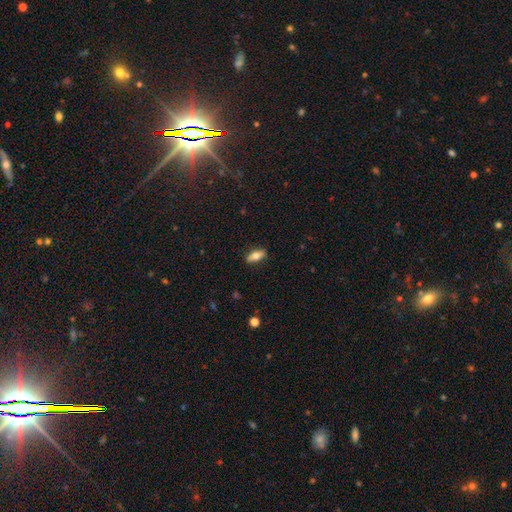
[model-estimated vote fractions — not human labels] Smooth or featured?
  - smooth: 68% *
  - featured or disk: 26%
  - star or artifact: 7%
How rounded?
  - in between: 73% *
  - cigar-shaped: 23%
  - round: 3%
Merging?
  - none: 87% *
  - minor disturbance: 10%
  - major disturbance: 2%
  - merger: 1%